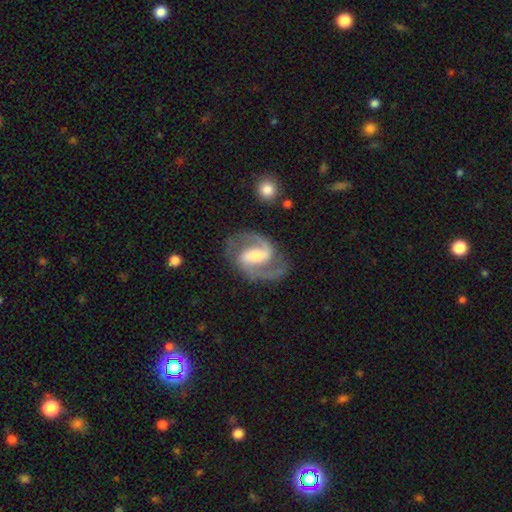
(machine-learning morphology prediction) This appears to be a featured or disk galaxy (91%) with a strong bar (46%), 2 (93%) medium (63%) spiral arms (97%) and a moderate central bulge (54%). Merging: none (79%).